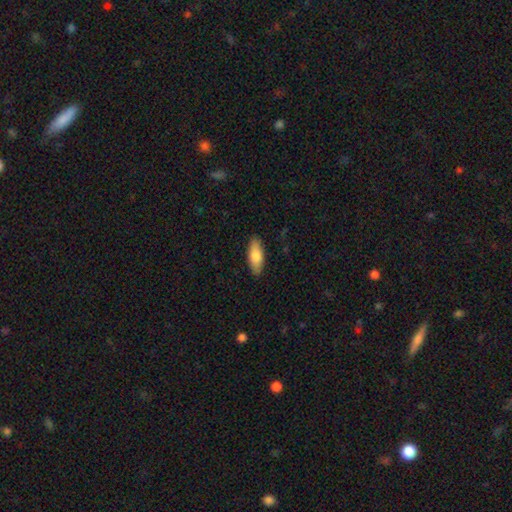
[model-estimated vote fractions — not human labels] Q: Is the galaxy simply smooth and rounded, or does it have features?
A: smooth — 79%.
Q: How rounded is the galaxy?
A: in between — 74%.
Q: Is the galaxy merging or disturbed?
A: none — 88%.